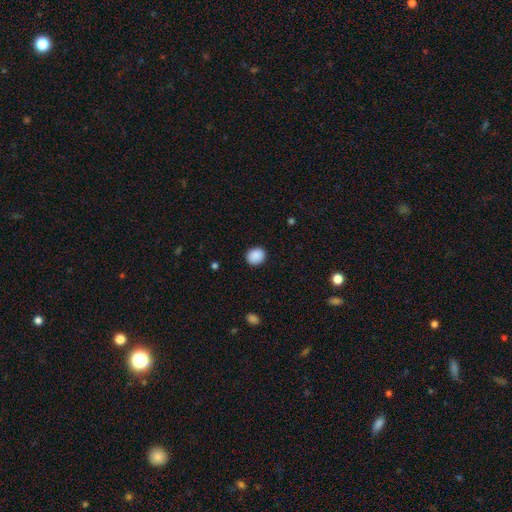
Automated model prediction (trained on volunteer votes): Smooth or featured: smooth — 90% (star or artifact — 8%)
How rounded: round — 69% (in between — 30%)
Merging: none — 89% (minor disturbance — 7%)